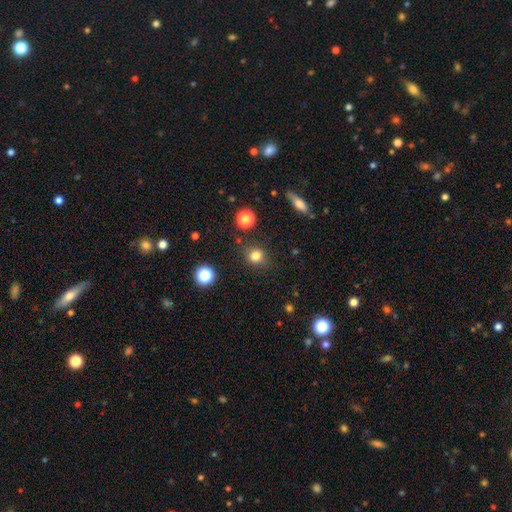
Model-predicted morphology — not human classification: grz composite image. It shows a smooth galaxy with no disk features (80%) that is round (82%). Merging: none (84%).